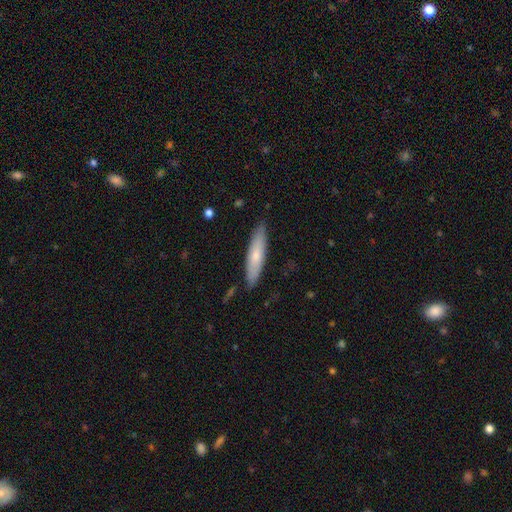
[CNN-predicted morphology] The model was most divided on "smooth or featured": smooth: 63%, featured or disk: 31%, star or artifact: 6%. More confident: merging — none (86%); how rounded — cigar-shaped (81%).